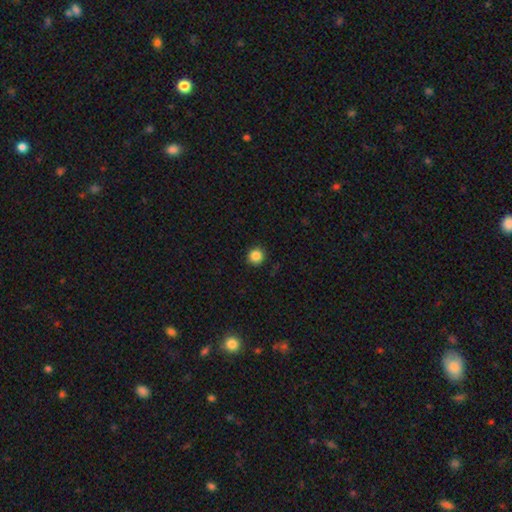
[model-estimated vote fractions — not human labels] Smooth or featured?
  - smooth: 86% *
  - star or artifact: 11%
  - featured or disk: 4%
How rounded?
  - round: 95% *
  - in between: 4%
  - cigar-shaped: 1%
Merging?
  - none: 91% *
  - minor disturbance: 6%
  - major disturbance: 2%
  - merger: 1%